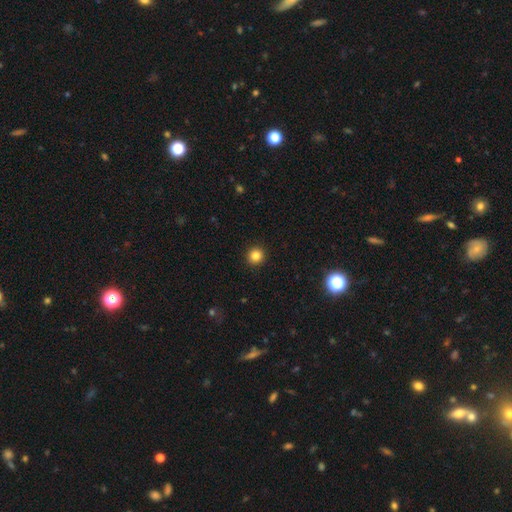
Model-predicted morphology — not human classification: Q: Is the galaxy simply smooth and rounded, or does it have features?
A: smooth — 83%.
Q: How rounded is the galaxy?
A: round — 95%.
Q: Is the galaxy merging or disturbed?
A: none — 93%.